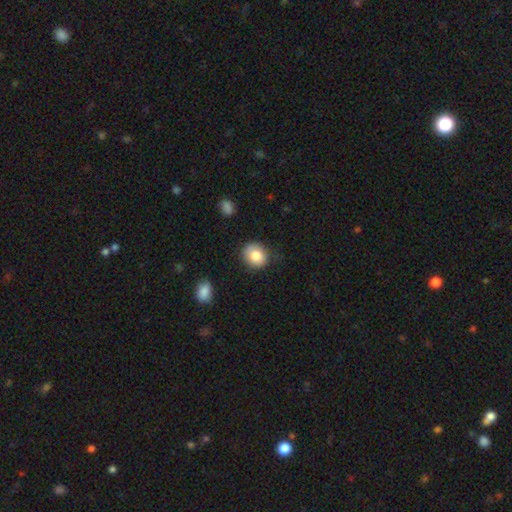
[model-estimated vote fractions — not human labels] smooth 83%, featured or disk 9%, star or artifact 8%. Down the decision tree: how rounded — round (67%); merging — none (76%).